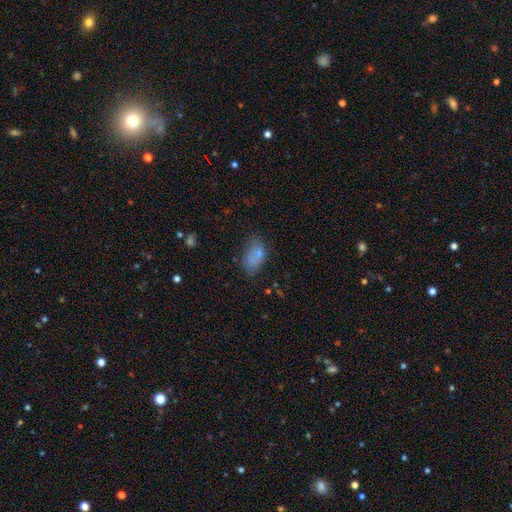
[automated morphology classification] Smooth or featured?
  - smooth: 76% *
  - featured or disk: 12%
  - star or artifact: 12%
How rounded?
  - in between: 89% *
  - round: 9%
  - cigar-shaped: 2%
Merging?
  - none: 52% *
  - minor disturbance: 27%
  - major disturbance: 11%
  - merger: 10%